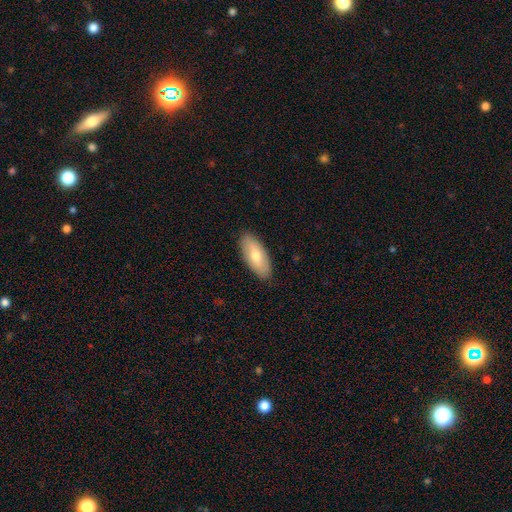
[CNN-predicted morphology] type=smooth (69%); roundness=in between (84%); merging=none (88%).